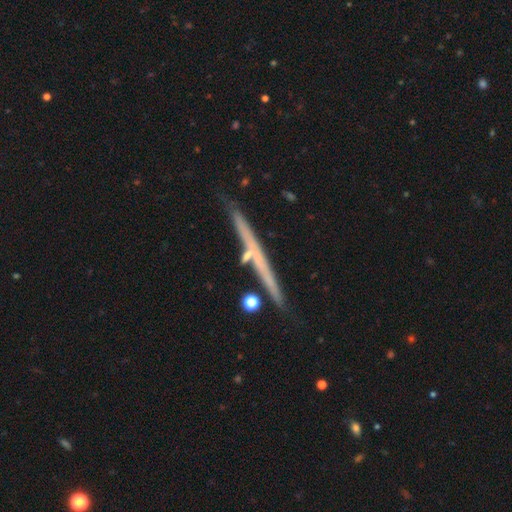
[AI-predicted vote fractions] A featured or disk galaxy (62%) viewed edge-on (96%) with no central bulge (82%). Merging: none (84%).